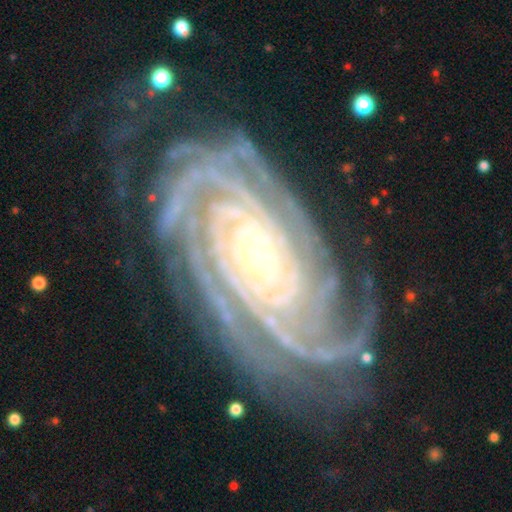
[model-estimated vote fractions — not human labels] featured or disk 93%, star or artifact 5%, smooth 3%. Down the decision tree: edge-on disk — no (96%); bar — no (64%); spiral arms — yes (99%); spiral arm count — 4 (22%); spiral winding — tight (85%); bulge size — small (67%); merging — none (72%).